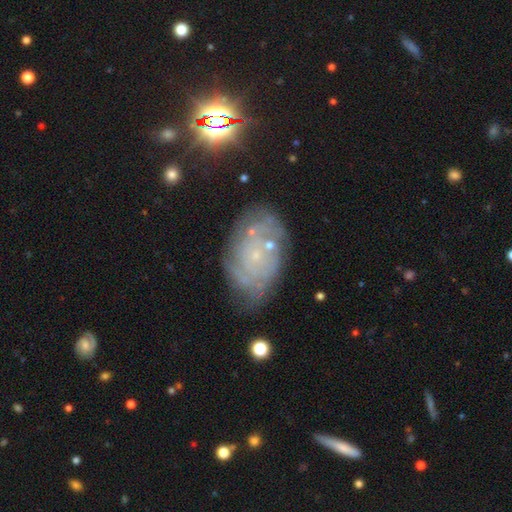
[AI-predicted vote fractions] Smooth or featured? Predicted: featured or disk (p=0.73). Edge-on disk? Predicted: no (p=0.96). Bar? Predicted: no (p=0.82). Spiral arms? Predicted: yes (p=0.85). Spiral winding? Predicted: tight (p=0.69). Spiral arm count? Predicted: can't tell (p=0.51). Bulge size? Predicted: small (p=0.83). Merging? Predicted: none (p=0.69).